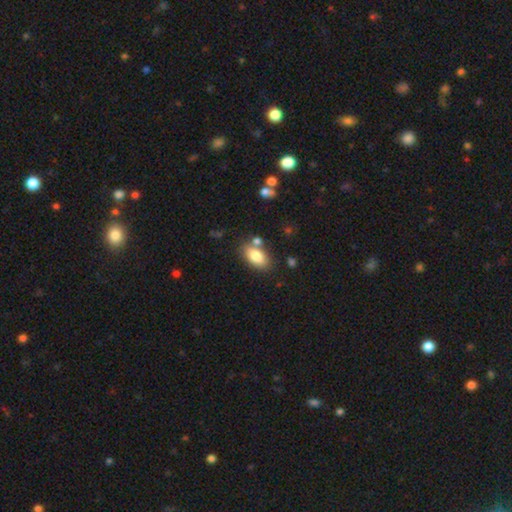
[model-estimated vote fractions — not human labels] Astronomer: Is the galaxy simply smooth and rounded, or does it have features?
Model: smooth — 81%.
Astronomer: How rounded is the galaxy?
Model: in between — 91%.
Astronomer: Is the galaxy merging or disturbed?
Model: none — 71%.